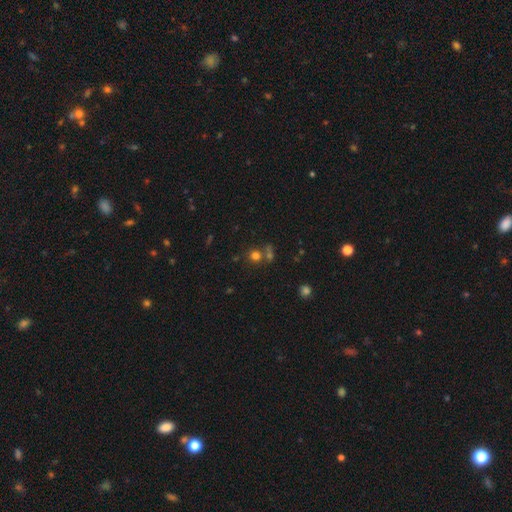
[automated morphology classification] Smooth or featured? smooth (72%)
How rounded? round (87%)
Merging? none (60%)